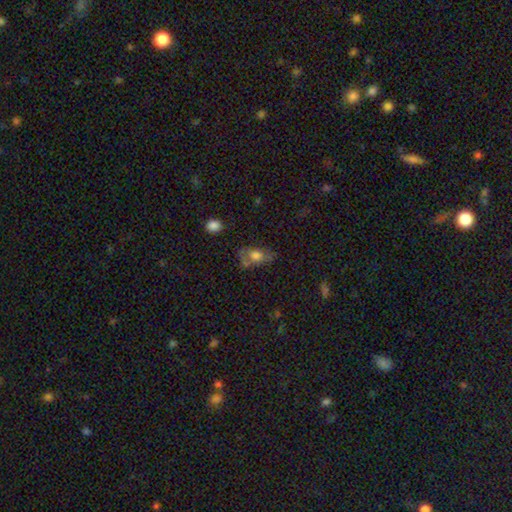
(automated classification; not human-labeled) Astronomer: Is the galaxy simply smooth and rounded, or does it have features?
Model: smooth — 60%.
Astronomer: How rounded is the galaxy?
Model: in between — 83%.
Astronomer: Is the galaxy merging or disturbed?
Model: none — 47% (runner-up: minor disturbance, 27%).